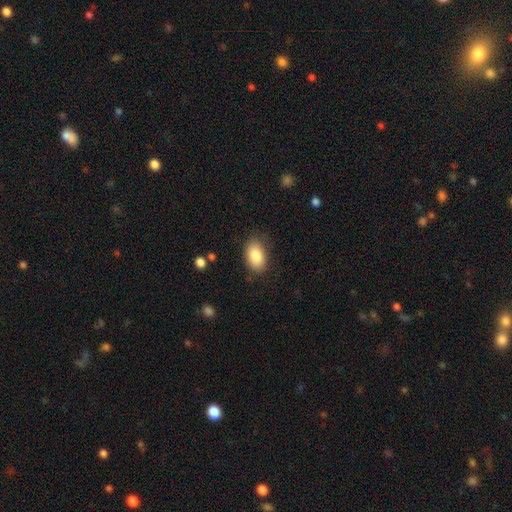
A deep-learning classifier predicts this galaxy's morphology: Smooth or featured?
  - smooth: 85% *
  - featured or disk: 8%
  - star or artifact: 7%
How rounded?
  - in between: 91% *
  - round: 7%
  - cigar-shaped: 1%
Merging?
  - none: 79% *
  - minor disturbance: 16%
  - major disturbance: 4%
  - merger: 1%